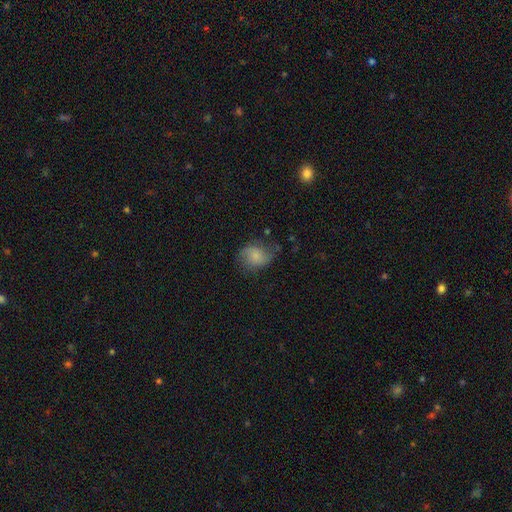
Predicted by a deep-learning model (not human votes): Morphology: type=smooth (60%); roundness=in between (54%); merging=none (57%).